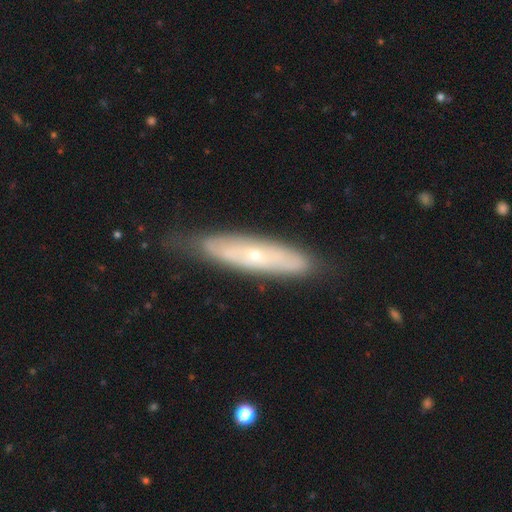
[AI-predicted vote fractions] This is likely a featured or disk galaxy (62%). It is likely not viewed edge-on (60%). Merging: likely none (74%).